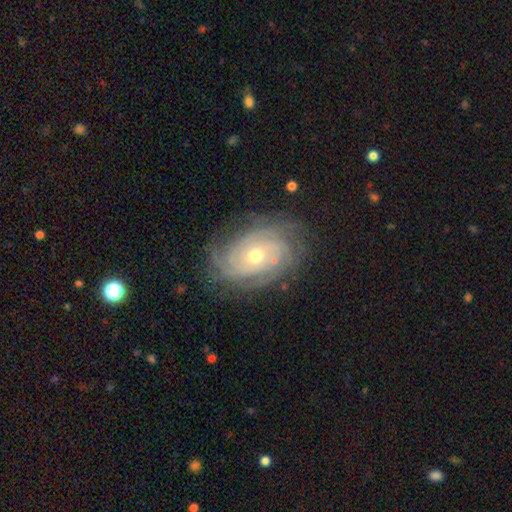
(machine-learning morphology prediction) smooth-or-featured: featured or disk: 85% | smooth: 9% | star or artifact: 6%
  disk-edge-on: no: 96% | yes: 4%
    bar: no: 78% | weak: 17% | strong: 4%
    has-spiral-arms: yes: 96% | no: 4%
      spiral-winding: tight: 76% | medium: 19% | loose: 5%
      spiral-arm-count: can't tell: 32% | 3: 20% | 4: 19% | 2: 13% | more than 4: 10% | 1: 6%
    bulge-size: moderate: 50% | small: 47% | large: 2% | none: 1% | dominant: 1%
  merging: none: 76% | minor disturbance: 16% | major disturbance: 6% | merger: 1%